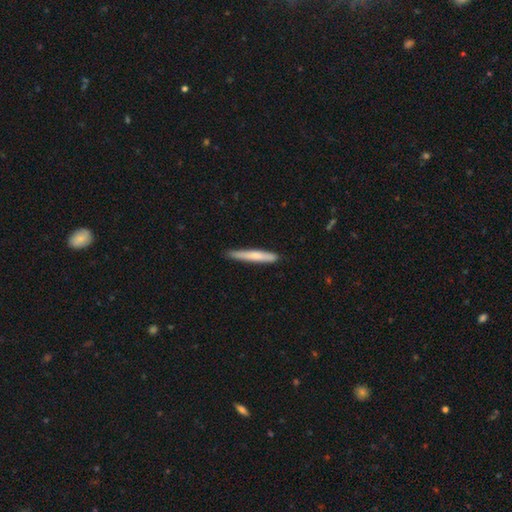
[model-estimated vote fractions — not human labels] smooth_or_featured: smooth (p=0.69) [alt: featured or disk p=0.25]
how_rounded: cigar-shaped (p=0.96) [alt: in between p=0.03]
merging: none (p=0.84) [alt: minor disturbance p=0.13]